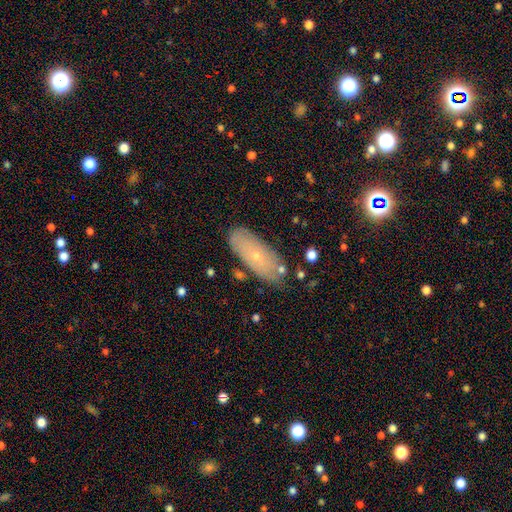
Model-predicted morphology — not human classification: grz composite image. It shows a smooth galaxy with no disk features (50%) that is in between round and cigar-shaped (78%). Merging: none (78%).